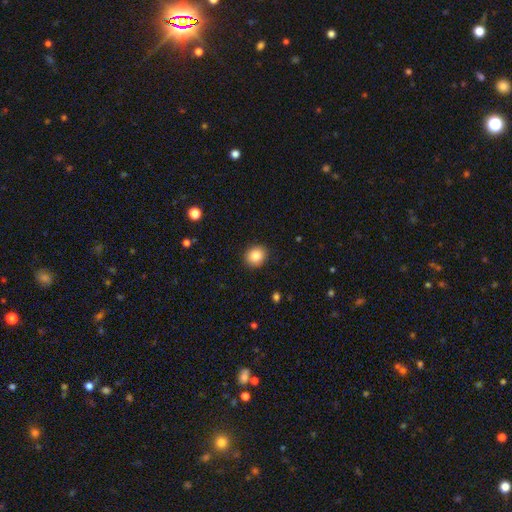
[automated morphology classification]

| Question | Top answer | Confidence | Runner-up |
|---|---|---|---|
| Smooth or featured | smooth | 85% | star or artifact (9%) |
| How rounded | round | 76% | in between (23%) |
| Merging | none | 91% | minor disturbance (7%) |